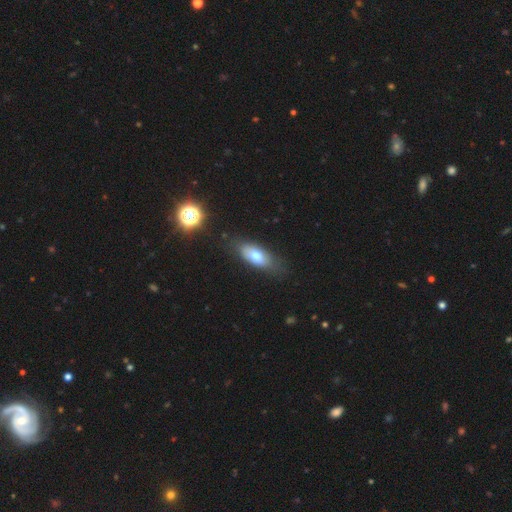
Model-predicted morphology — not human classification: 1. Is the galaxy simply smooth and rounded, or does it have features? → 70% smooth, 21% featured or disk, 8% star or artifact.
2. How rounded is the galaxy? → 82% in between, 14% cigar-shaped, 4% round.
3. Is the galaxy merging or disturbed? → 73% none, 19% minor disturbance, 6% major disturbance, 2% merger.